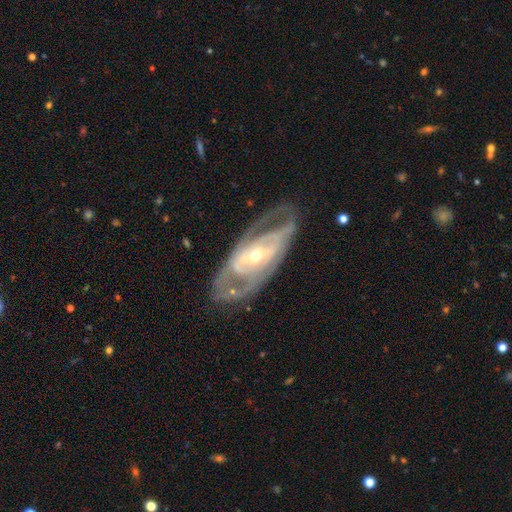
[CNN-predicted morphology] Smooth or featured: featured or disk — 86% (smooth — 9%)
Edge-on disk: no — 91% (yes — 9%)
Bar: weak — 35% (strong — 33%)
Spiral arms: yes — 85% (no — 15%)
Spiral winding: tight — 46% (medium — 41%)
Spiral arm count: 2 — 64% (can't tell — 21%)
Bulge size: small — 49% (moderate — 46%)
Merging: none — 72% (minor disturbance — 16%)